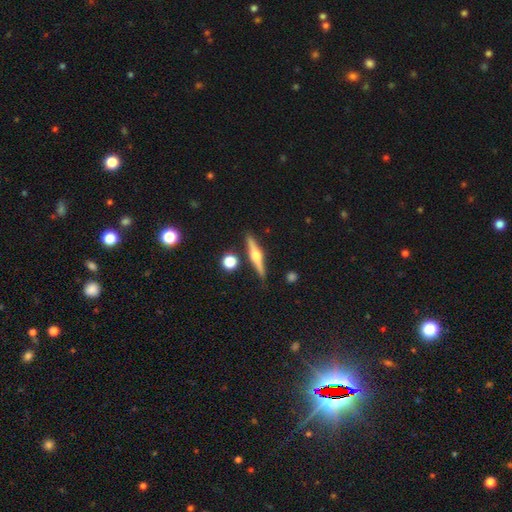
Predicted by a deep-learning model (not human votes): Smooth or featured?
  - featured or disk: 73% *
  - smooth: 21%
  - star or artifact: 6%
Edge-on disk?
  - yes: 98% *
  - no: 2%
Edge-on bulge?
  - rounded: 94% *
  - boxy: 3%
  - none: 2%
Merging?
  - none: 86% *
  - minor disturbance: 8%
  - merger: 4%
  - major disturbance: 2%